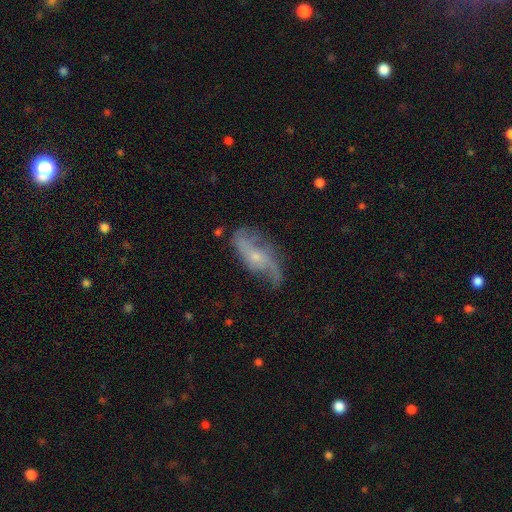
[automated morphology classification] Overall: featured or disk (76%). Edge-on disk: no (91%). Bar: no (68%). Spiral arms: yes (90%). Spiral arm count: 2 (78%). Spiral winding: loose (67%). Bulge size: small (67%). Merging: none (58%; minor disturbance 25%).